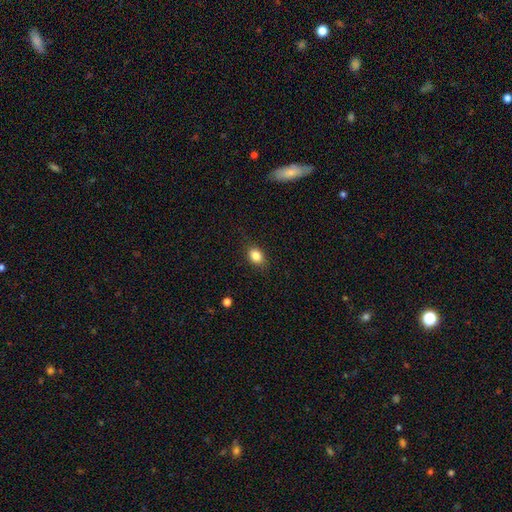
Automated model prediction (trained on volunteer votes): Morphology: type=smooth (85%); roundness=in between (68%); merging=none (83%).